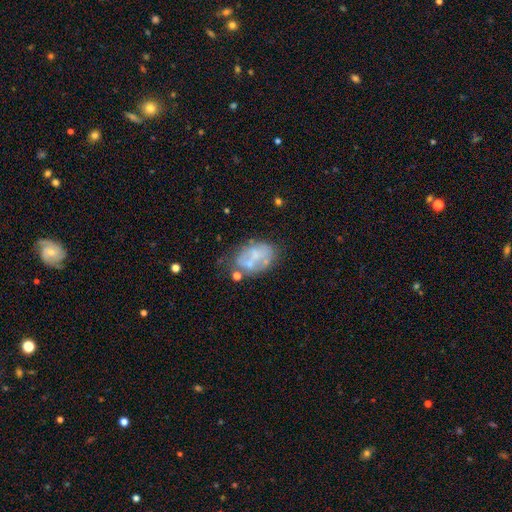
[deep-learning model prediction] Smooth or featured? Predicted: featured or disk (p=0.53). Edge-on disk? Predicted: no (p=0.97). Bar? Predicted: no (p=0.82). Spiral arms? Predicted: no (p=0.82). Bulge size? Predicted: none (p=0.39). Merging? Predicted: none (p=0.44).